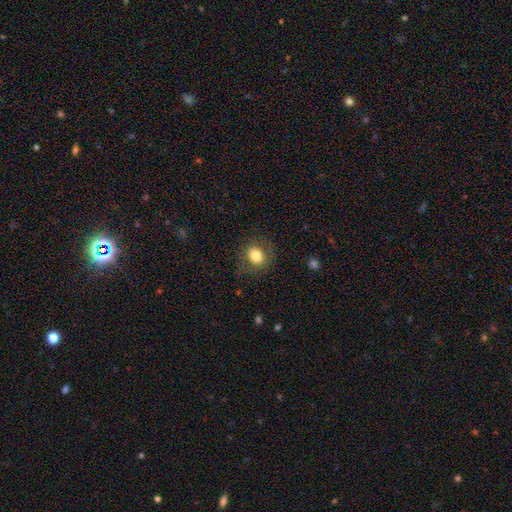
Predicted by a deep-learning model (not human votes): smooth 78%, featured or disk 12%, star or artifact 9%. Down the decision tree: how rounded — round (59%); merging — none (79%).